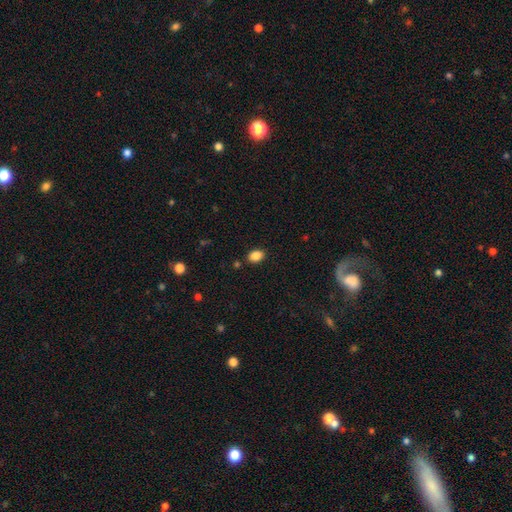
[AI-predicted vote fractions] This is clearly a smooth galaxy (87%). How rounded: likely in between (74%). Merging: clearly none (87%).